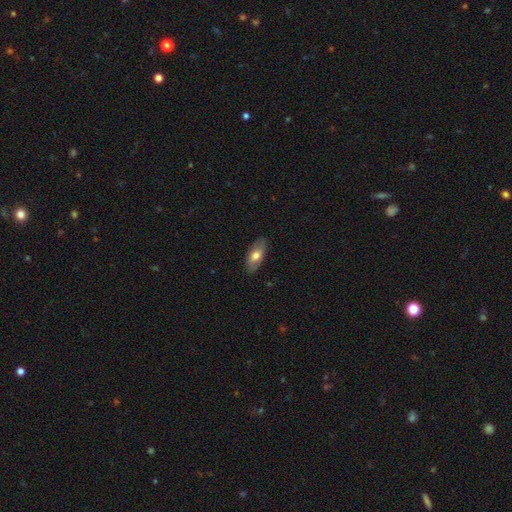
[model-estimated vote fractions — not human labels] Overall: smooth (70%). How rounded: in between (85%). Merging: none (85%).